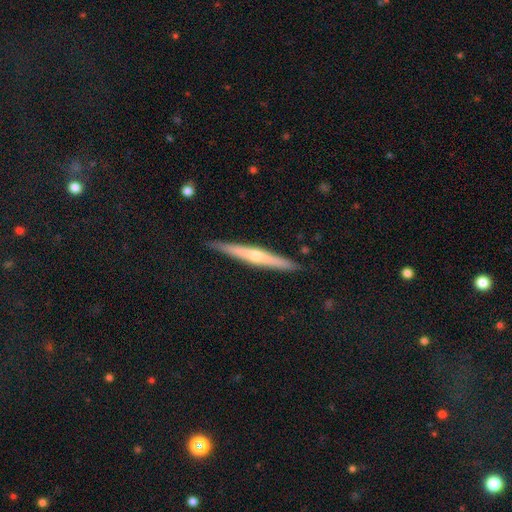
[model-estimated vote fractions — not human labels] This appears to be a featured or disk galaxy (63%) viewed edge-on (97%) with a rounded central bulge (69%). Merging: none (89%).